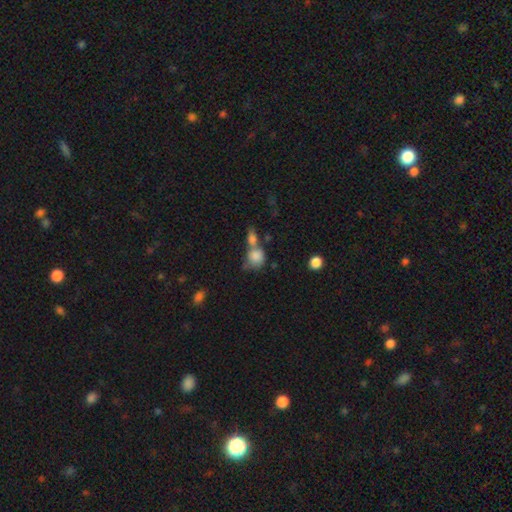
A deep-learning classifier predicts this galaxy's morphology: Smooth or featured: smooth — 81% (featured or disk — 10%)
How rounded: round — 67% (in between — 32%)
Merging: merger — 54% (none — 26%)